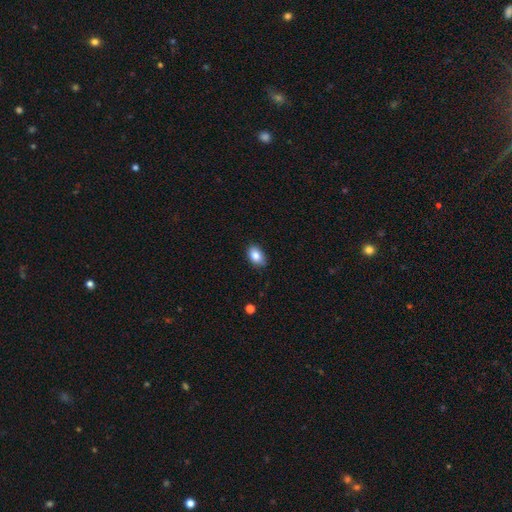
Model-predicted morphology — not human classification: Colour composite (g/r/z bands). It shows a smooth galaxy with no disk features (85%) that is in between round and cigar-shaped (86%). Merging: none (83%).